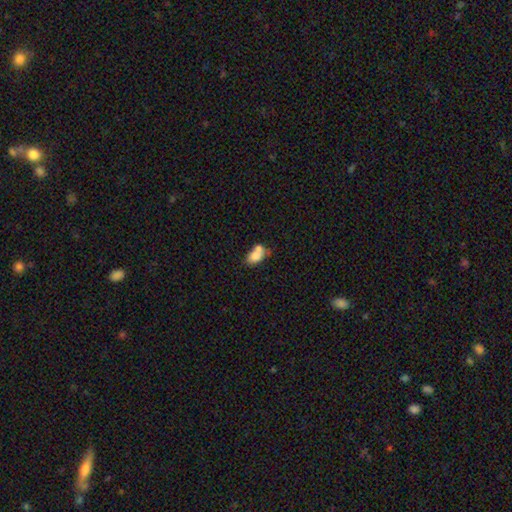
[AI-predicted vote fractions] This is likely a smooth galaxy (75%). How rounded: clearly in between (84%). Merging: possibly merger (50%).